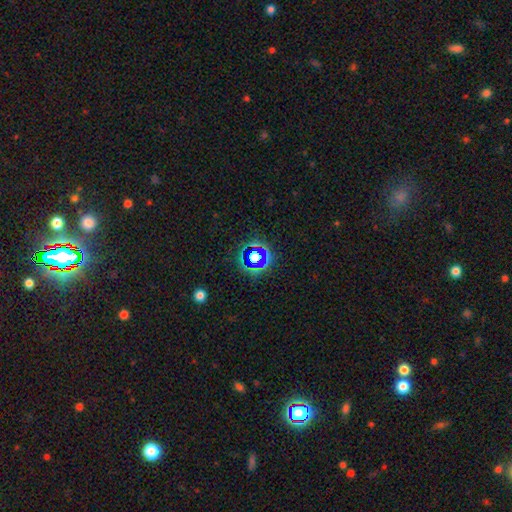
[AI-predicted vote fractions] Smooth or featured? star or artifact (63%)